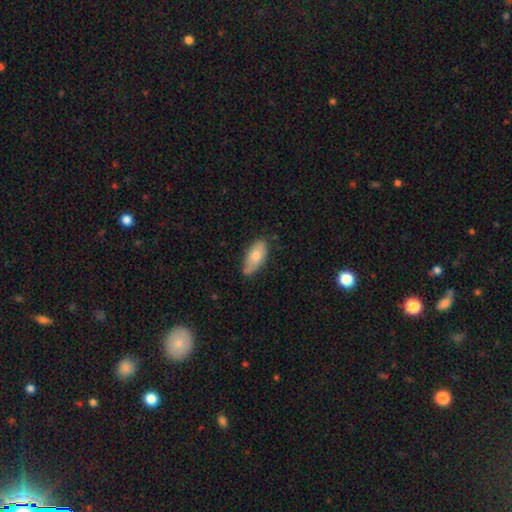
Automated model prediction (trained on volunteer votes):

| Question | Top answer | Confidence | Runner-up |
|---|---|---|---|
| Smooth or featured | smooth | 74% | featured or disk (20%) |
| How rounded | in between | 90% | cigar-shaped (7%) |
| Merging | none | 66% | minor disturbance (26%) |